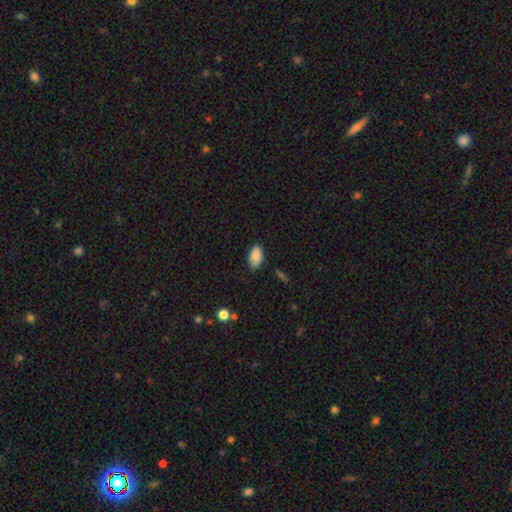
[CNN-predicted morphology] smooth 88%, star or artifact 8%, featured or disk 5%. Down the decision tree: how rounded — in between (94%); merging — none (83%).